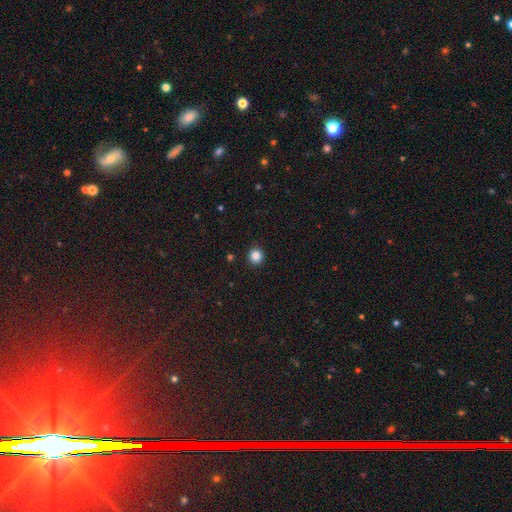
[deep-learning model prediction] Morphology: type=smooth (85%); roundness=round (94%); merging=none (93%).